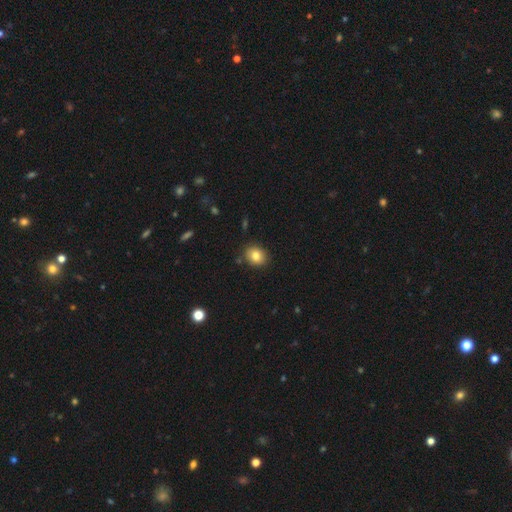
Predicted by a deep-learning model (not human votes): smooth-or-featured: smooth: 82% | star or artifact: 10% | featured or disk: 8%
  how-rounded: round: 58% | in between: 41% | cigar-shaped: 1%
  merging: none: 86% | minor disturbance: 9% | merger: 2% | major disturbance: 2%